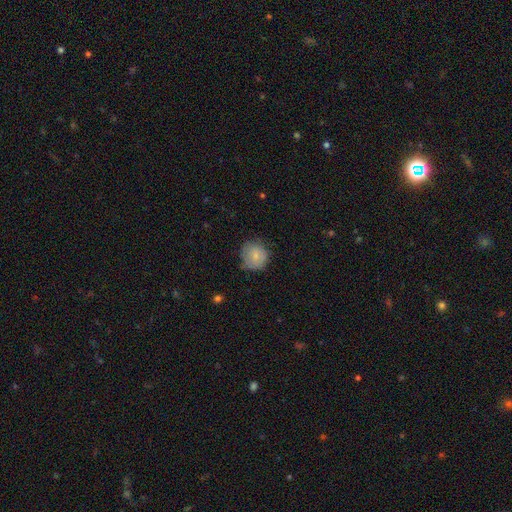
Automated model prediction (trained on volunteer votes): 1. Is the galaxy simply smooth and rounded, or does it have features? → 79% smooth, 13% featured or disk, 8% star or artifact.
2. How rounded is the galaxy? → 87% round, 12% in between, 1% cigar-shaped.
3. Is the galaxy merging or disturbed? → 65% none, 27% minor disturbance, 7% major disturbance, 2% merger.